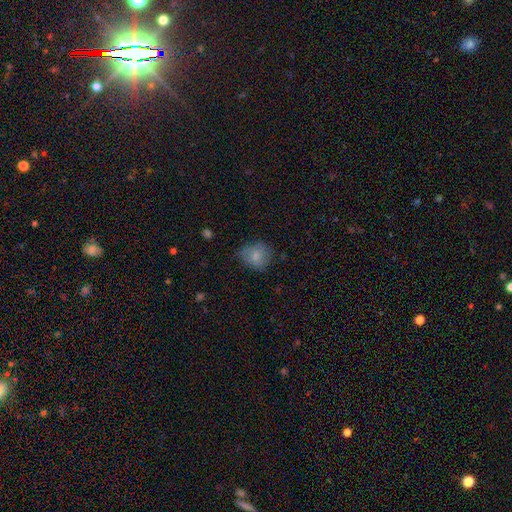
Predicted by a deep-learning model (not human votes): A smooth galaxy with no disk features (79%) that is round (73%). Merging: none (69%).